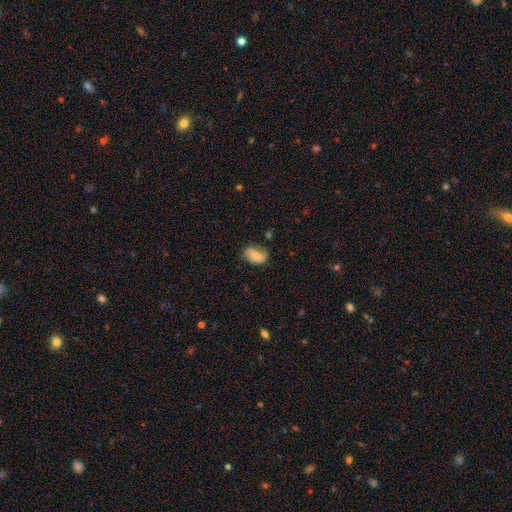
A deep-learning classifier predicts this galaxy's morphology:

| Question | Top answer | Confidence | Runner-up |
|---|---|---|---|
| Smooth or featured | smooth | 73% | featured or disk (19%) |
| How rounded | in between | 83% | round (16%) |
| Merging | none | 57% | minor disturbance (30%) |